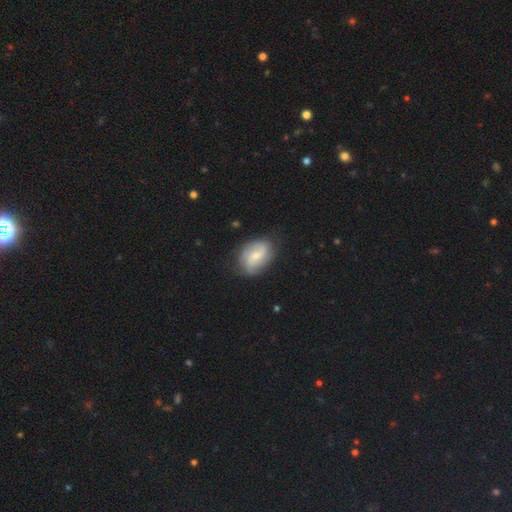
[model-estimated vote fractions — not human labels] Overall: featured or disk (61%; smooth 32%). Edge-on disk: no (97%). Bar: weak (48%; no 40%). Spiral arms: yes (89%). Spiral arm count: 2 (58%; can't tell 21%). Spiral winding: medium (41%; loose 32%). Bulge size: small (58%; moderate 35%). Merging: none (74%).